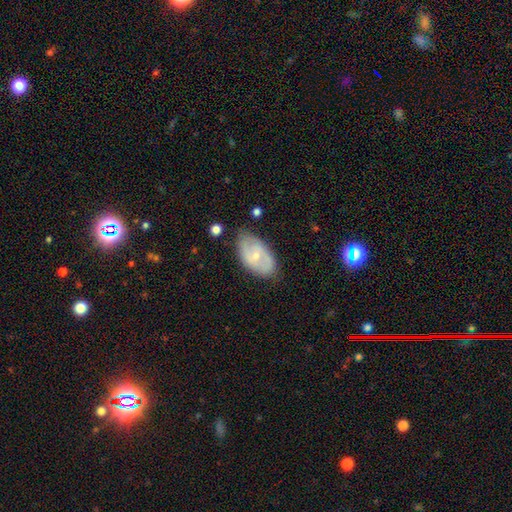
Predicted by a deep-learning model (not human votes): Smooth or featured? featured or disk (60%)
Edge-on disk? no (94%)
Bar? no (50%)
Spiral arms? yes (72%)
Bulge size? small (69%)
Merging? none (73%)